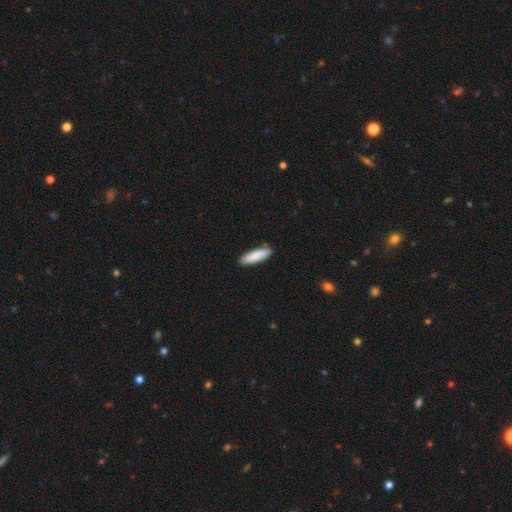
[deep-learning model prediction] A smooth galaxy with no disk features (87%) that is cigar-shaped (53%).

Vote fractions:
- Smooth or featured? smooth: 87% / featured or disk: 8% / star or artifact: 5%
- How rounded? cigar-shaped: 53% / in between: 46% / round: 1%
- Merging? none: 87% / minor disturbance: 10% / major disturbance: 2% / merger: 1%